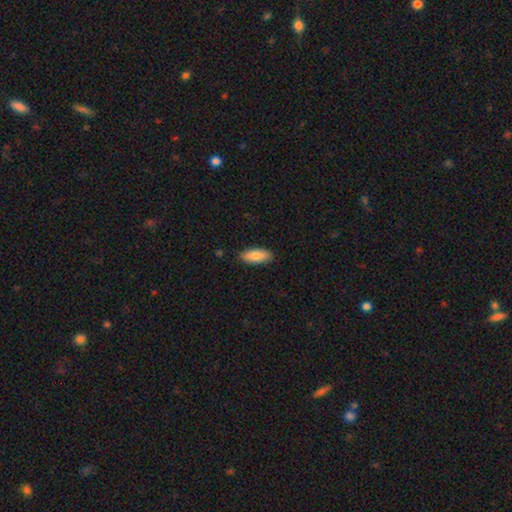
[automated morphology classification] Smooth or featured? smooth (83%)
How rounded? in between (83%)
Merging? none (87%)